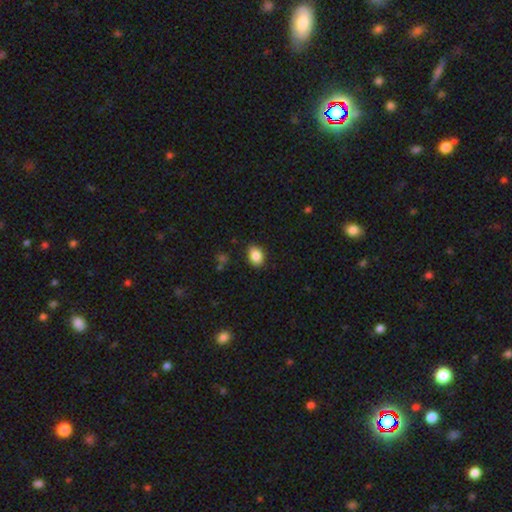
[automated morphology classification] Overall: smooth (86%). How rounded: in between (76%). Merging: none (86%).